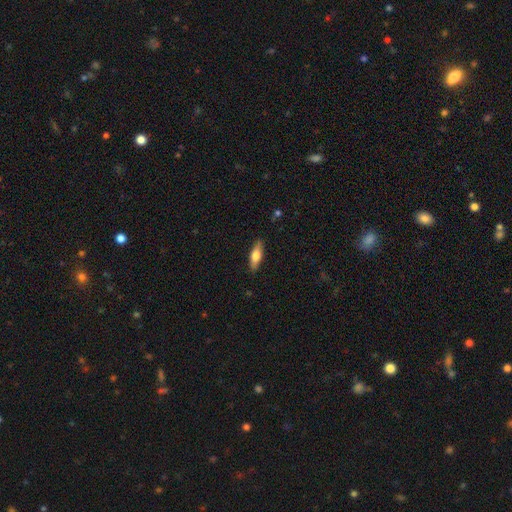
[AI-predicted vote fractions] A smooth galaxy with no disk features (62%) that is in between round and cigar-shaped (52%).

Vote fractions:
- Smooth or featured? smooth: 62% / featured or disk: 32% / star or artifact: 6%
- How rounded? in between: 52% / cigar-shaped: 46% / round: 2%
- Merging? none: 88% / minor disturbance: 9% / major disturbance: 2% / merger: 1%